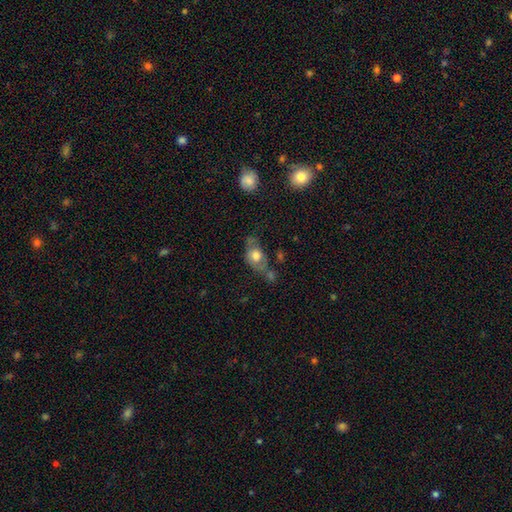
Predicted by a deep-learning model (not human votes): Smooth or featured? smooth (65%)
How rounded? in between (67%)
Merging? none (36%)